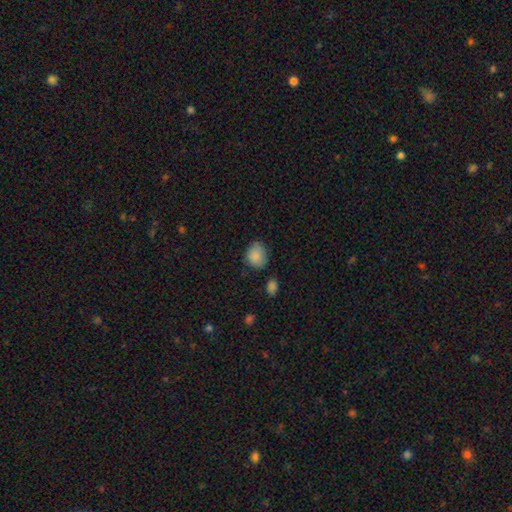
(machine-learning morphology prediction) Overall: smooth (87%). How rounded: round (56%; in between 44%). Merging: none (68%).